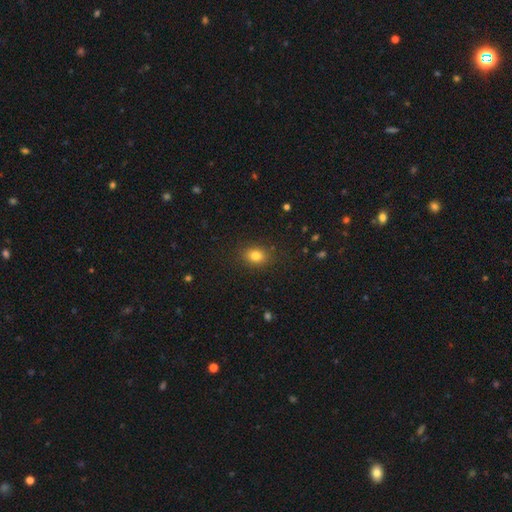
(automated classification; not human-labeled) Smooth or featured? smooth (82%)
How rounded? in between (60%)
Merging? none (87%)